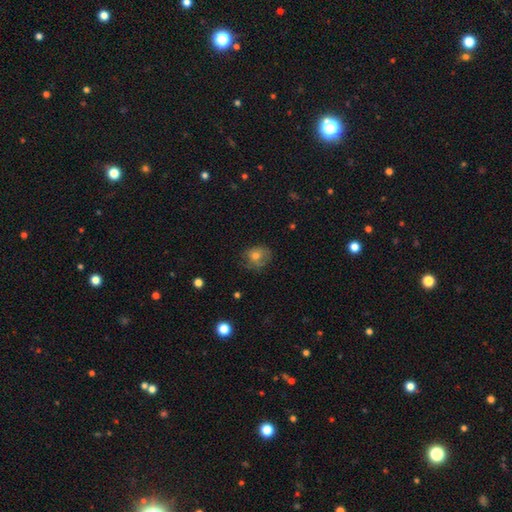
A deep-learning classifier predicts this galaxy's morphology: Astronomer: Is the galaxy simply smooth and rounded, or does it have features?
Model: smooth — 68%.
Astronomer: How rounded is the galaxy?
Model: round — 62% (runner-up: in between, 37%).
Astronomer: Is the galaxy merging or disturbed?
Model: none — 58%.